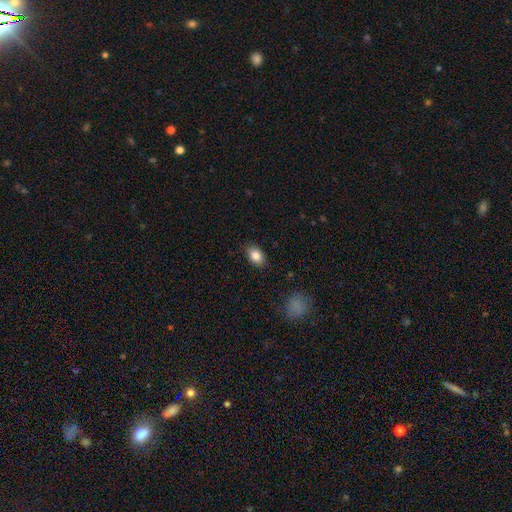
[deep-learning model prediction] smooth_or_featured: smooth (p=0.85) [alt: star or artifact p=0.08]
how_rounded: in between (p=0.81) [alt: round p=0.18]
merging: none (p=0.85) [alt: minor disturbance p=0.12]